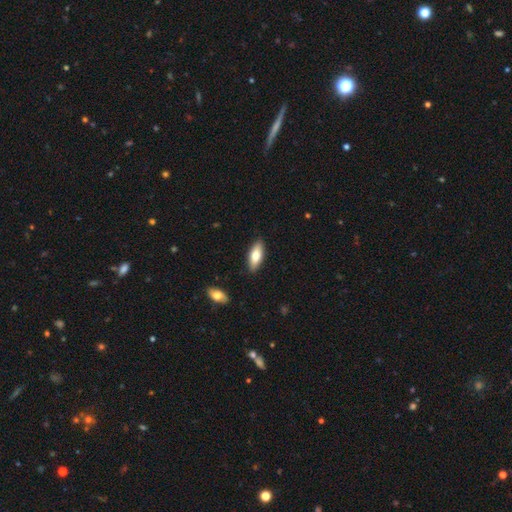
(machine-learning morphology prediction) A smooth galaxy with no disk features (74%) that is in between round and cigar-shaped (76%). Merging: none (88%).